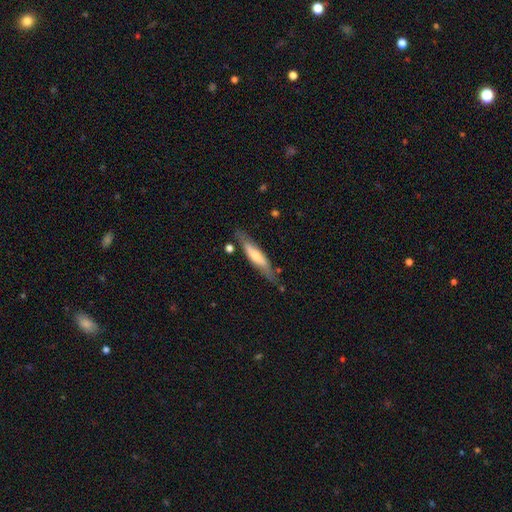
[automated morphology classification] This is possibly a smooth galaxy (49%). Merging: likely none (71%).